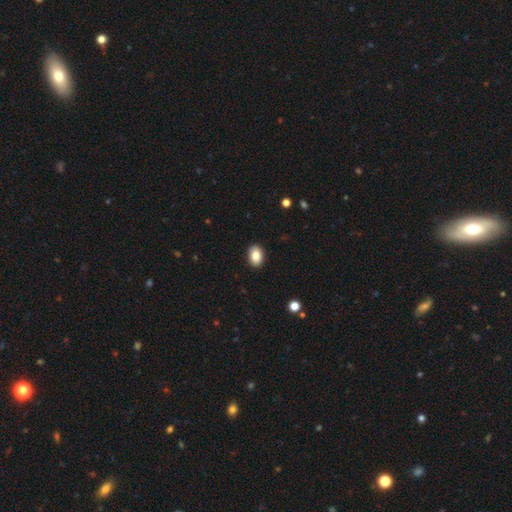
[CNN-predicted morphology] smooth-or-featured: smooth: 85% | star or artifact: 8% | featured or disk: 6%
  how-rounded: in between: 82% | round: 17% | cigar-shaped: 1%
  merging: none: 91% | minor disturbance: 7% | major disturbance: 2% | merger: 1%